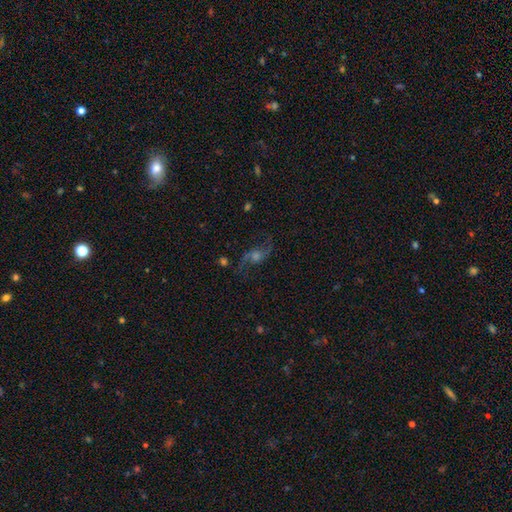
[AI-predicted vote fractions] Q: Smooth or featured?
A: featured or disk (77%); runner-up: star or artifact (13%)
Q: Edge-on disk?
A: no (94%); runner-up: yes (6%)
Q: Bar?
A: no (59%); runner-up: weak (32%)
Q: Spiral arms?
A: yes (95%); runner-up: no (5%)
Q: Spiral winding?
A: loose (78%); runner-up: medium (18%)
Q: Spiral arm count?
A: 2 (93%); runner-up: can't tell (2%)
Q: Bulge size?
A: moderate (49%); runner-up: small (26%)
Q: Merging?
A: none (77%); runner-up: minor disturbance (12%)